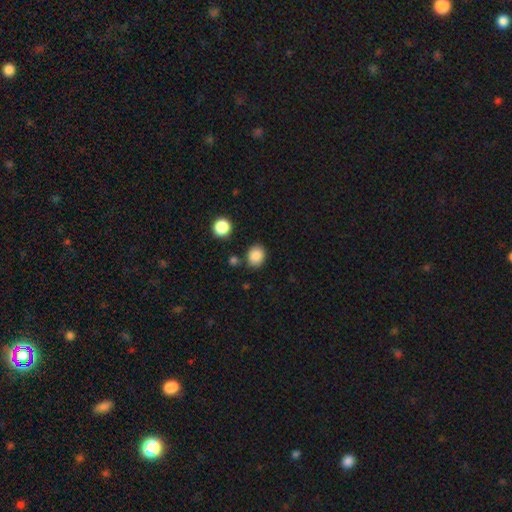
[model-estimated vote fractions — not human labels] A smooth galaxy with no disk features (86%) that is round (62%). Merging: none (81%).